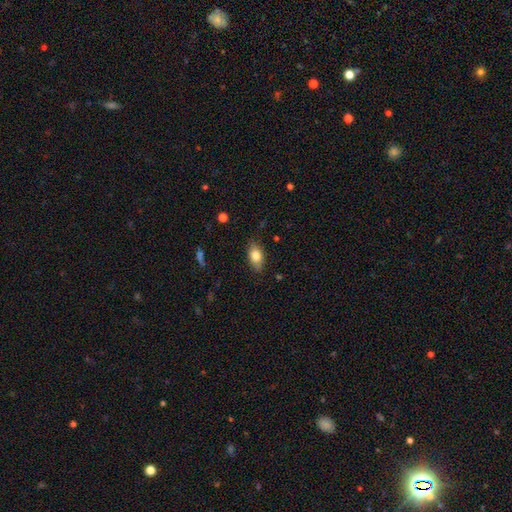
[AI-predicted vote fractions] Smooth or featured: smooth — 81% (featured or disk — 12%)
How rounded: in between — 90% (round — 6%)
Merging: none — 84% (minor disturbance — 13%)